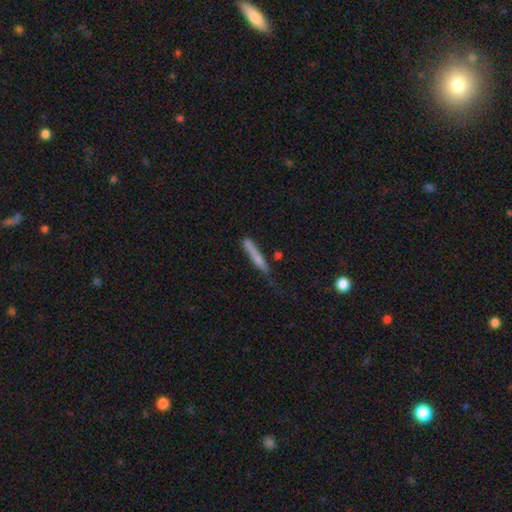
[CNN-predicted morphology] This appears to be a smooth galaxy with no disk features (64%) that is cigar-shaped (94%). Merging: none (60%).